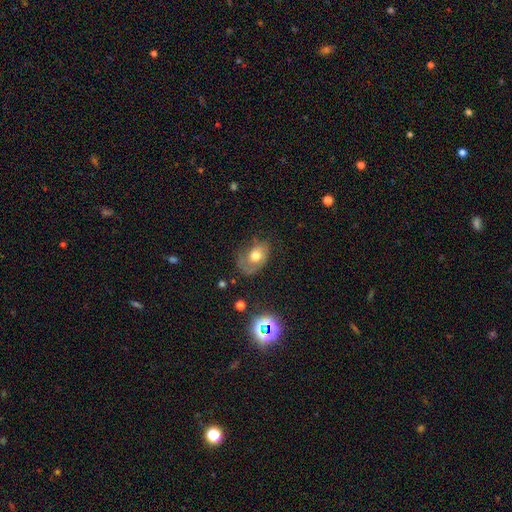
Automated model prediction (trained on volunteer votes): This is possibly a smooth galaxy (55%). How rounded: likely in between (70%). Merging: possibly none (46%).